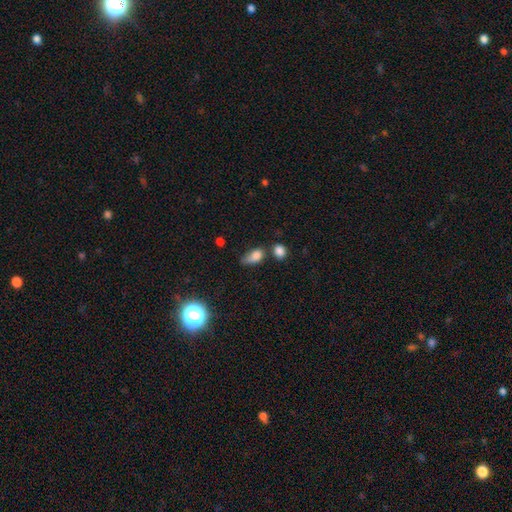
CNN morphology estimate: This is likely a smooth galaxy (79%). How rounded: clearly in between (80%). Merging: marginally minor disturbance (32%).